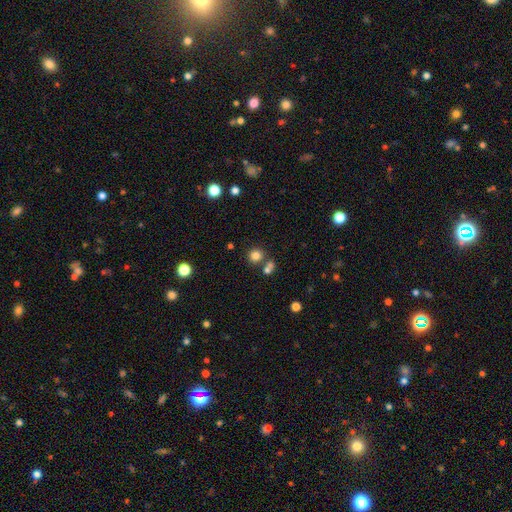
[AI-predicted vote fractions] Morphology: type=smooth (80%); roundness=round (86%); merging=none (67%).